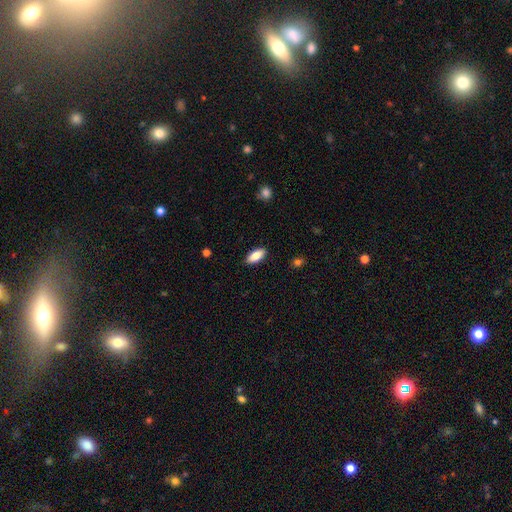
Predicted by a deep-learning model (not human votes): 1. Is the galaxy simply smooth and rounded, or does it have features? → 84% smooth, 10% featured or disk, 6% star or artifact.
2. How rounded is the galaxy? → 86% in between, 12% cigar-shaped, 2% round.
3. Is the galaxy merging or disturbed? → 89% none, 9% minor disturbance, 2% major disturbance, 1% merger.